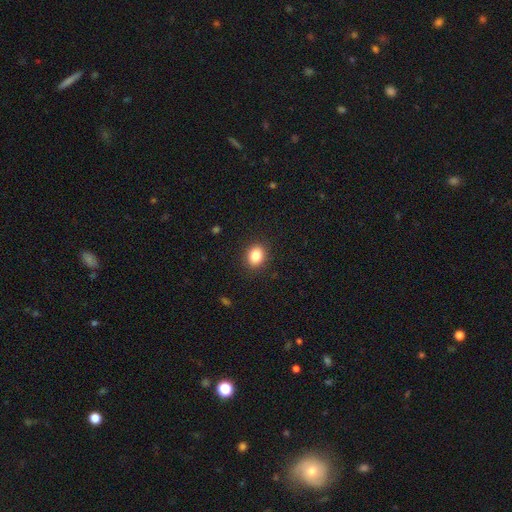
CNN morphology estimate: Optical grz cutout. It shows a smooth galaxy with no disk features (85%) that is in between round and cigar-shaped (50%). Merging: none (89%).